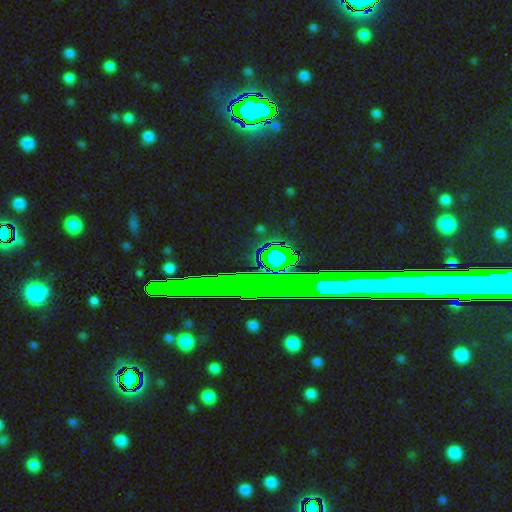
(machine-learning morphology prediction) A star or artifact, not a galaxy (77%).

Vote fractions:
- Smooth or featured? star or artifact: 77% / featured or disk: 14% / smooth: 10%